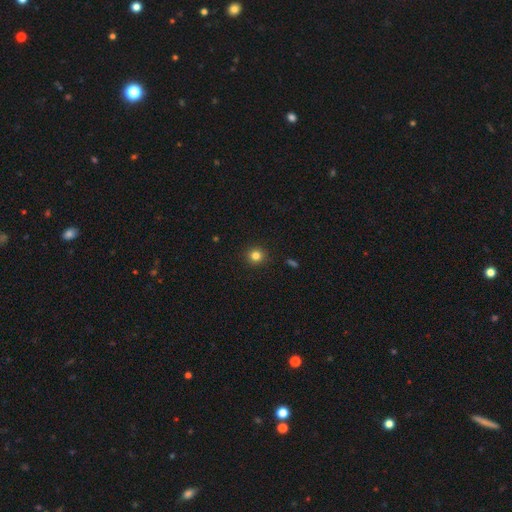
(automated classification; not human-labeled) smooth-or-featured: smooth: 82% | star or artifact: 13% | featured or disk: 5%
  how-rounded: round: 91% | in between: 8% | cigar-shaped: 1%
  merging: none: 92% | minor disturbance: 6% | major disturbance: 2% | merger: 1%